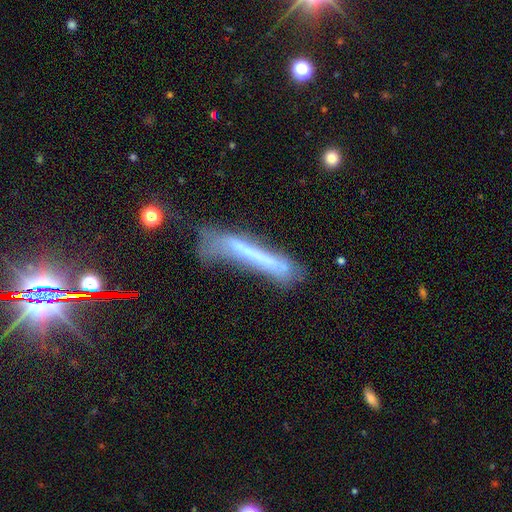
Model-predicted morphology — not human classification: smooth-or-featured: smooth: 45% (tied) | featured or disk: 45% (tied) | star or artifact: 10%
  merging: none: 39% | minor disturbance: 30% | major disturbance: 24% | merger: 8%